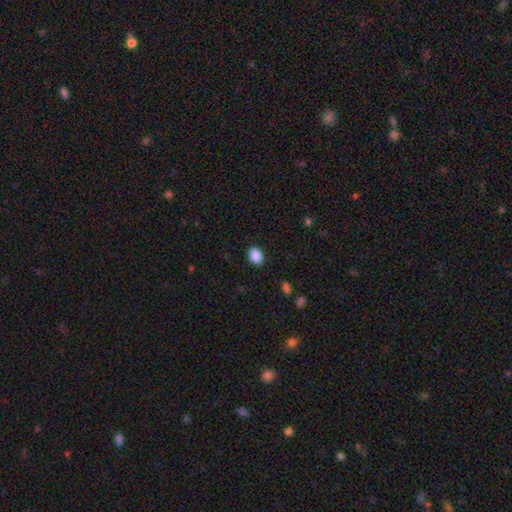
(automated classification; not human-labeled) smooth 89%, star or artifact 8%, featured or disk 3%. Down the decision tree: how rounded — in between (75%); merging — none (89%).